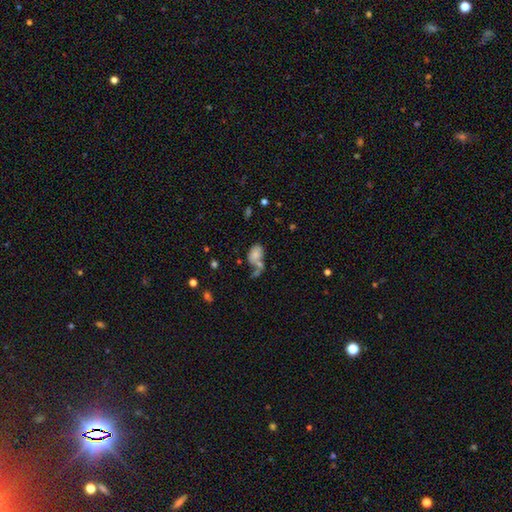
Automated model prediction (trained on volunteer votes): Smooth or featured? Predicted: smooth (p=0.73). How rounded? Predicted: in between (p=0.85). Merging? Predicted: merger (p=0.40).